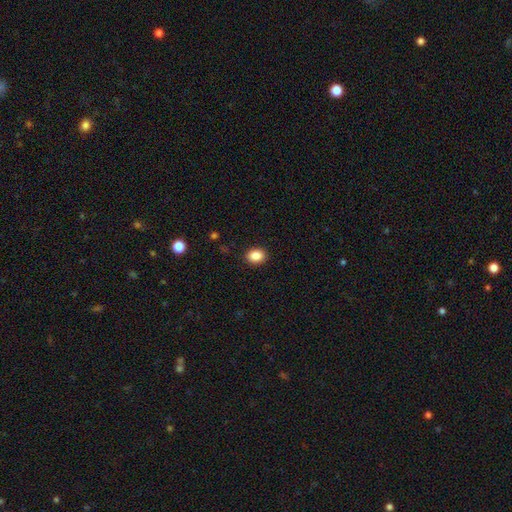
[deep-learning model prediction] Morphology: type=smooth (87%); roundness=in between (60%); merging=none (90%).